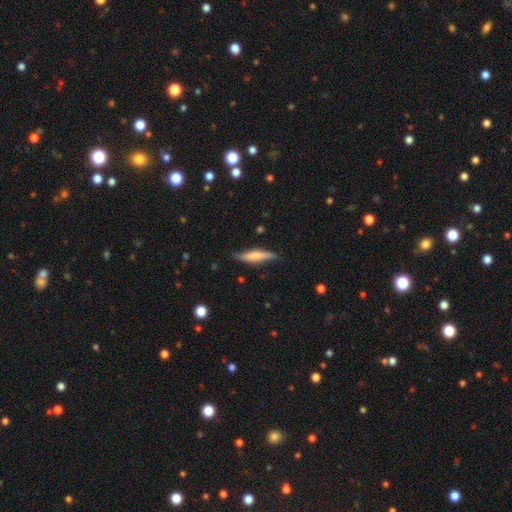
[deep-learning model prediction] A smooth galaxy with no disk features (59%) that is cigar-shaped (81%). Merging: none (81%).